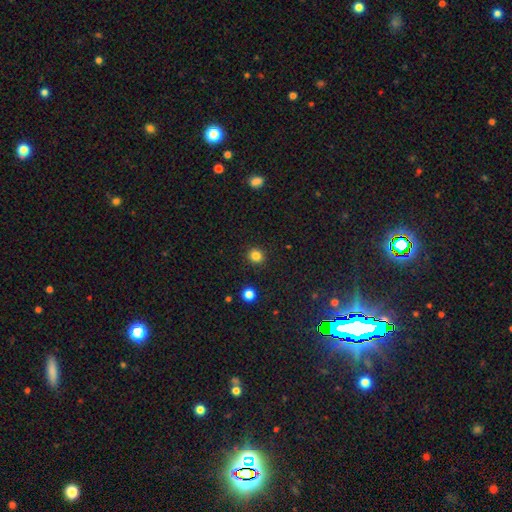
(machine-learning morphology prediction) smooth_or_featured: smooth (p=0.83) [alt: star or artifact p=0.12]
how_rounded: round (p=0.87) [alt: in between p=0.12]
merging: none (p=0.91) [alt: minor disturbance p=0.06]